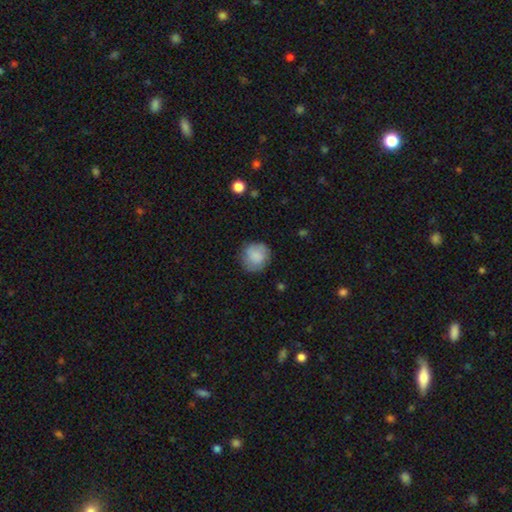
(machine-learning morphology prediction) This is likely a smooth galaxy (77%). How rounded: clearly round (87%). Merging: likely none (78%).